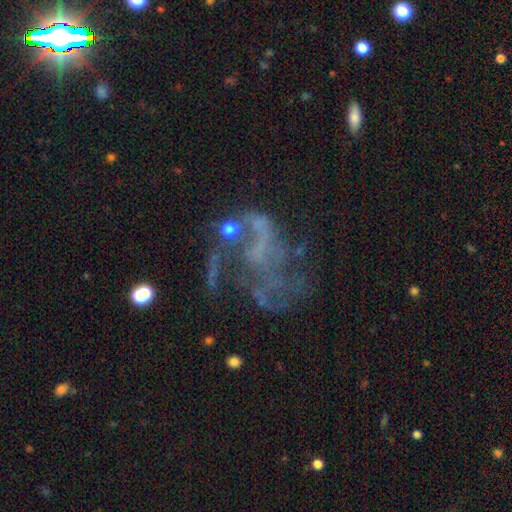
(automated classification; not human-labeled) Q: Smooth or featured?
A: featured or disk (65%); runner-up: star or artifact (20%)
Q: Edge-on disk?
A: no (97%); runner-up: yes (3%)
Q: Bar?
A: no (73%); runner-up: weak (20%)
Q: Spiral arms?
A: no (57%); runner-up: yes (43%)
Q: Bulge size?
A: none (67%); runner-up: small (19%)
Q: Merging?
A: major disturbance (44%); runner-up: none (31%)